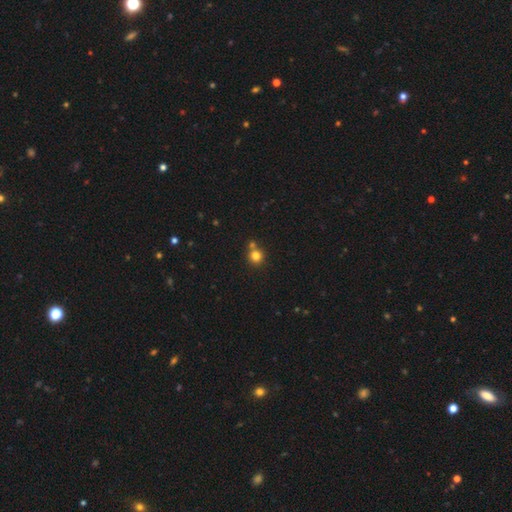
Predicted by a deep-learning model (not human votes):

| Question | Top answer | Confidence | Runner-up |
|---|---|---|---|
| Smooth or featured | smooth | 79% | star or artifact (13%) |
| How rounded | round | 92% | in between (7%) |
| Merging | none | 65% | merger (25%) |